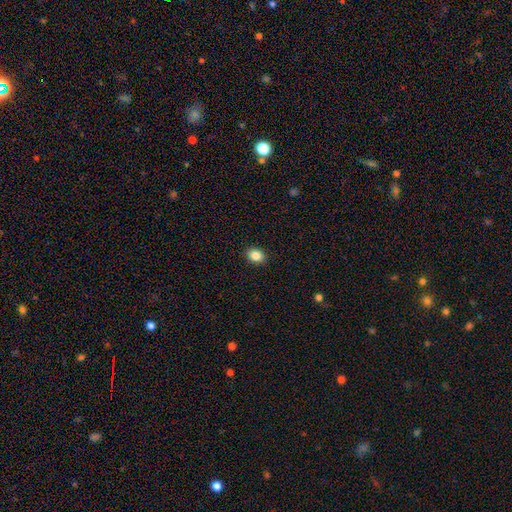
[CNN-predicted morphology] Overall: smooth (86%). How rounded: in between (54%; round 45%). Merging: none (91%).